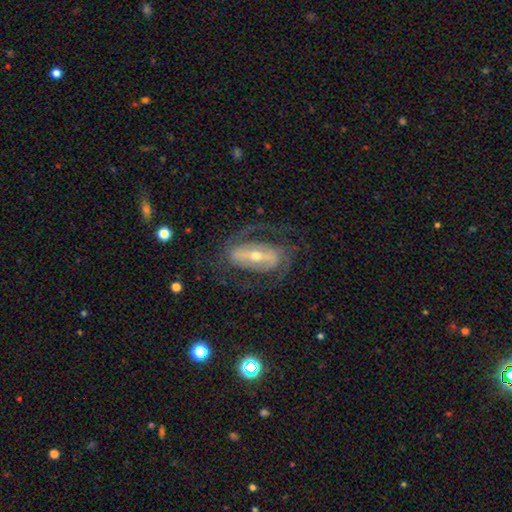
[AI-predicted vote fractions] A featured or disk galaxy (84%) with a strong bar (52%), 2 (75%) medium (46%) spiral arms (88%) and a moderate central bulge (50%).

Vote fractions:
- Smooth or featured? featured or disk: 84% / smooth: 10% / star or artifact: 6%
- Edge-on disk? no: 93% / yes: 7%
- Bar? strong: 52% / weak: 29% / no: 18%
- Spiral arms? yes: 88% / no: 12%
- Spiral winding? medium: 46% / tight: 31% / loose: 22%
- Spiral arm count? 2: 75% / can't tell: 12% / 3: 5% / 1: 5% / 4: 2% / more than 4: 2%
- Bulge size? moderate: 50% / small: 44% / large: 3% / none: 1% / dominant: 1%
- Merging? none: 66% / major disturbance: 18% / minor disturbance: 15% / merger: 2%